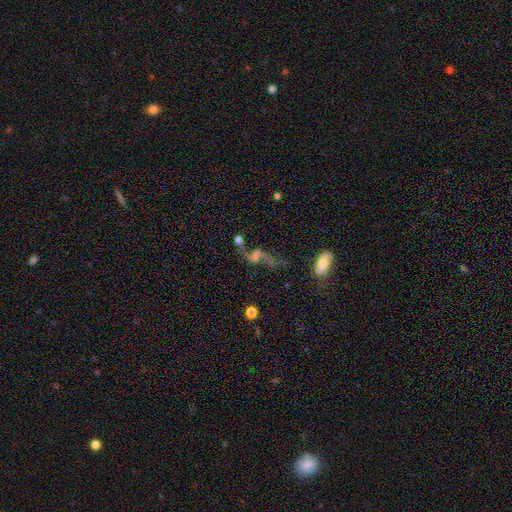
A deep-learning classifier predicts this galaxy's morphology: type=featured or disk (61%); edge-on=no (89%); bar=no (57%); spiral arms=yes (70%); bulge=none (38%); merging=none (38%).